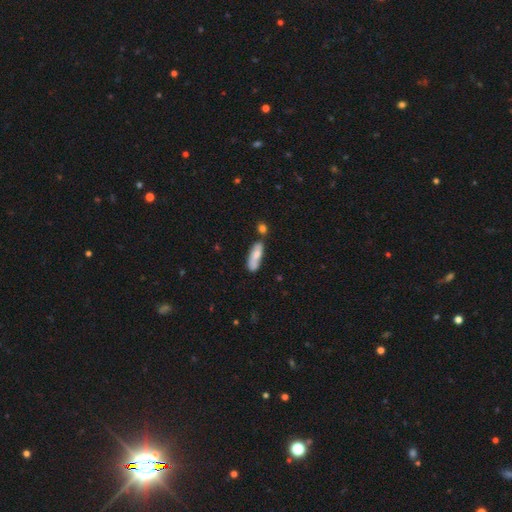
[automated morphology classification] Smooth or featured: smooth — 71% (featured or disk — 22%)
How rounded: in between — 51% (cigar-shaped — 47%)
Merging: none — 56% (minor disturbance — 21%)